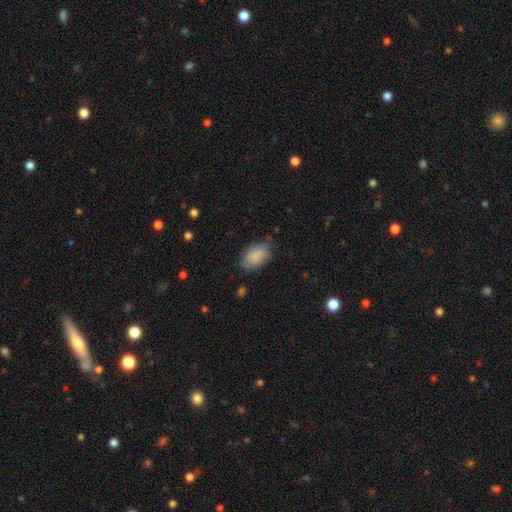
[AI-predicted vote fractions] Smooth or featured? smooth (86%)
How rounded? in between (91%)
Merging? none (73%)